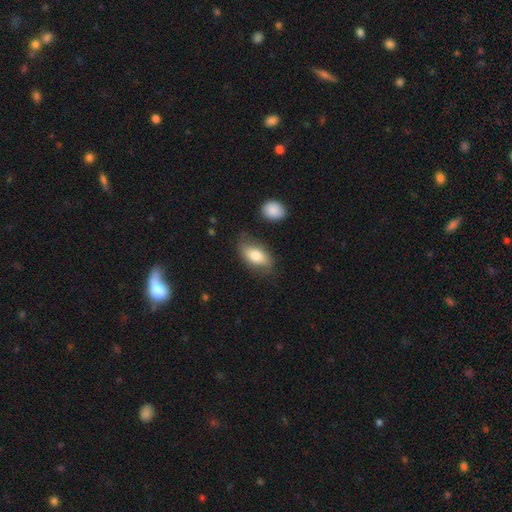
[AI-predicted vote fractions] This appears to be a smooth galaxy with no disk features (76%) that is in between round and cigar-shaped (90%). Merging: none (72%).